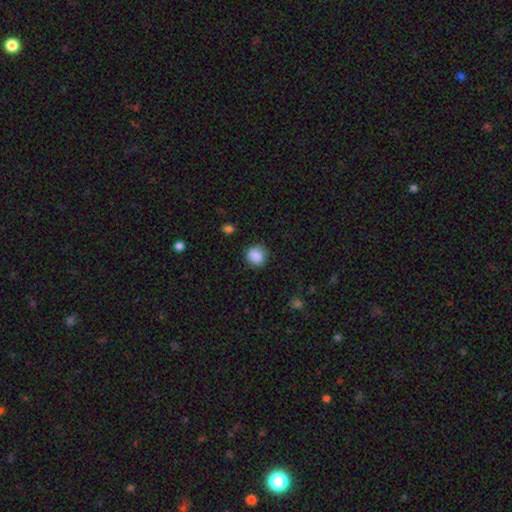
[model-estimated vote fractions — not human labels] A smooth galaxy with no disk features (88%) that is round (80%).

Vote fractions:
- Smooth or featured? smooth: 88% / star or artifact: 9% / featured or disk: 3%
- How rounded? round: 80% / in between: 19% / cigar-shaped: 1%
- Merging? none: 84% / minor disturbance: 12% / major disturbance: 3% / merger: 1%